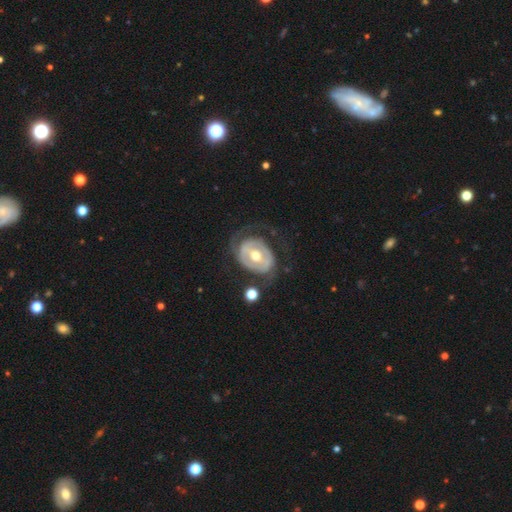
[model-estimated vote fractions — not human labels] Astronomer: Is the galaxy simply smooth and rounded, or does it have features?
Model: featured or disk — 77%.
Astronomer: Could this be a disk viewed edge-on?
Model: no — 96%.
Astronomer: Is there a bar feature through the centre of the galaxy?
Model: weak — 37% (runner-up: no, 32%).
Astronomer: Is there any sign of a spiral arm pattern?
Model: yes — 61% (runner-up: no, 39%).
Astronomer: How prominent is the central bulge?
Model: moderate — 74%.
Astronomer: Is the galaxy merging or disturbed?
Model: none — 55%.